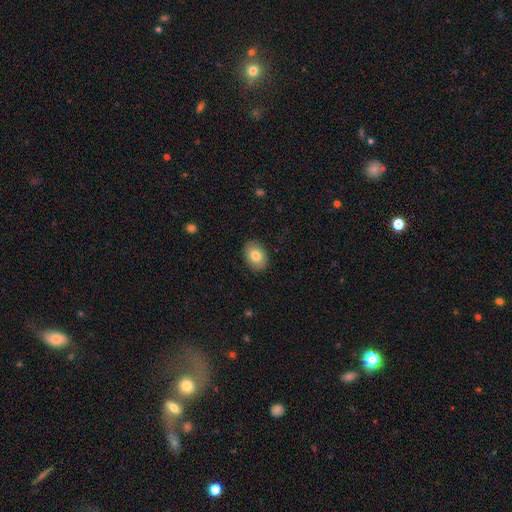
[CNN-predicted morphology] The model was most divided on "how rounded": in between: 79%, round: 20%, cigar-shaped: 1%. More confident: merging — none (89%); smooth or featured — smooth (81%).